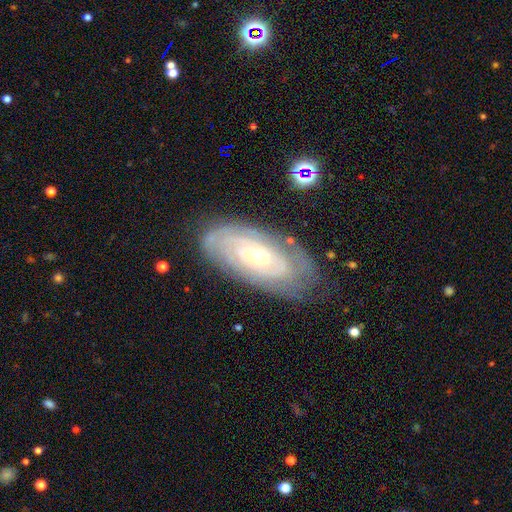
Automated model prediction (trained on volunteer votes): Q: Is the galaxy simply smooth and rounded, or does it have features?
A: featured or disk — 81%.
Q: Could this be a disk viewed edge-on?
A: no — 92%.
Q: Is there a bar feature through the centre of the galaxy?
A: no — 72%.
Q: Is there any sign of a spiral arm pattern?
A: yes — 86%.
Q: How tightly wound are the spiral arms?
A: tight — 81%.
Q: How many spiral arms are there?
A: can't tell — 55%.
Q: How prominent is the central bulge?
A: small — 59%.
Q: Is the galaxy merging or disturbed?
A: none — 73%.